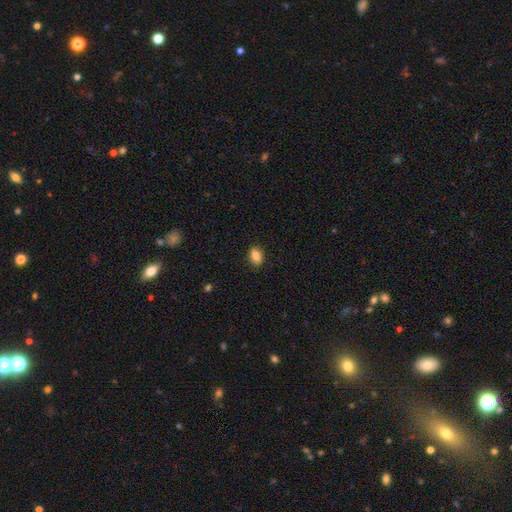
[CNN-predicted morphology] smooth-or-featured: smooth: 86% | star or artifact: 9% | featured or disk: 5%
  how-rounded: in between: 76% | round: 23% | cigar-shaped: 1%
  merging: none: 88% | minor disturbance: 9% | major disturbance: 2% | merger: 1%